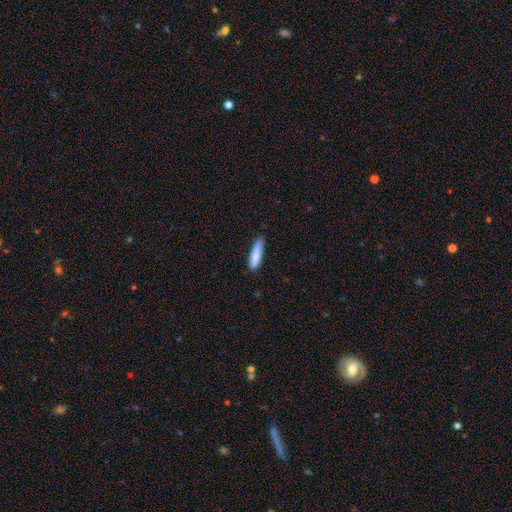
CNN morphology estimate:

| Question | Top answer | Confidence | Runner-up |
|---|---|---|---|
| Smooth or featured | smooth | 85% | featured or disk (9%) |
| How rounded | cigar-shaped | 79% | in between (19%) |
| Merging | none | 81% | minor disturbance (15%) |